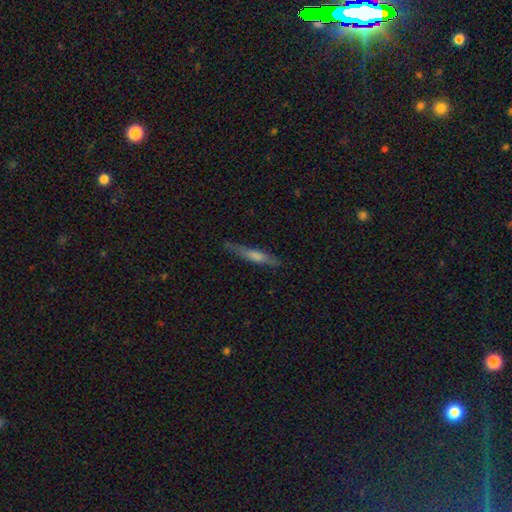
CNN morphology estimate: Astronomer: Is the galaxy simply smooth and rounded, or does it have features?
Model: smooth — 50% (runner-up: featured or disk, 43%).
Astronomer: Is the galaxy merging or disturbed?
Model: none — 79%.